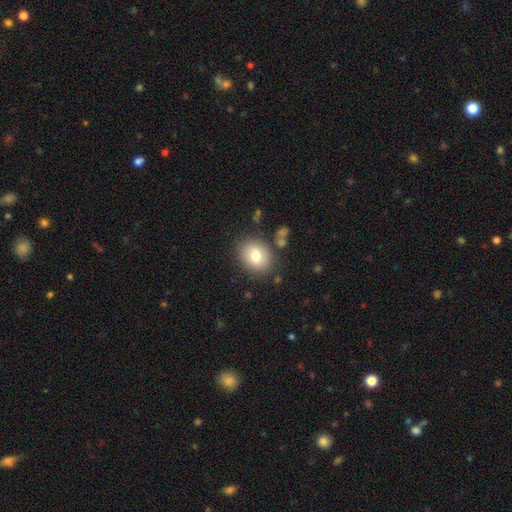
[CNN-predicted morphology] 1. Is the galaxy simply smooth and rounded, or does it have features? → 76% smooth, 14% featured or disk, 10% star or artifact.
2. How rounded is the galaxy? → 60% round, 39% in between, 1% cigar-shaped.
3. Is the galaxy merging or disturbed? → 81% none, 11% minor disturbance, 4% major disturbance, 4% merger.